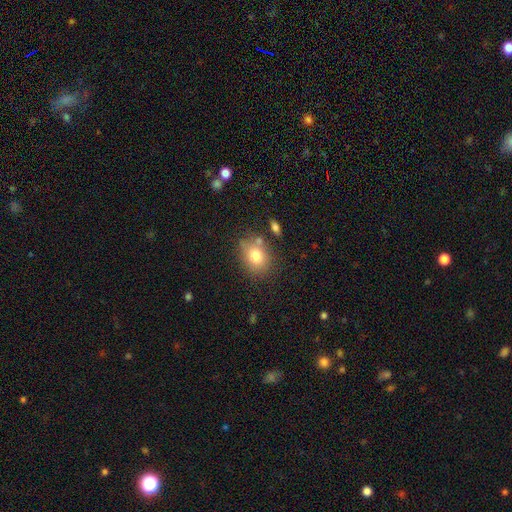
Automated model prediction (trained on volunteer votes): smooth-or-featured: smooth: 78% | featured or disk: 12% | star or artifact: 10%
  how-rounded: in between: 54% | round: 45% | cigar-shaped: 1%
  merging: none: 69% | minor disturbance: 17% | merger: 9% | major disturbance: 5%